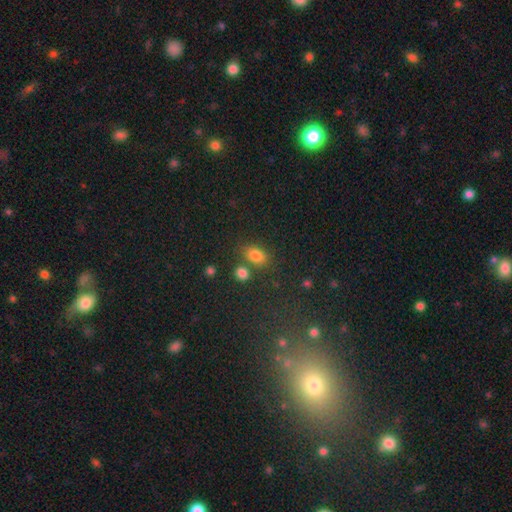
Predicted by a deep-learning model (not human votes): Morphology: type=smooth (80%); roundness=in between (74%); merging=none (63%).